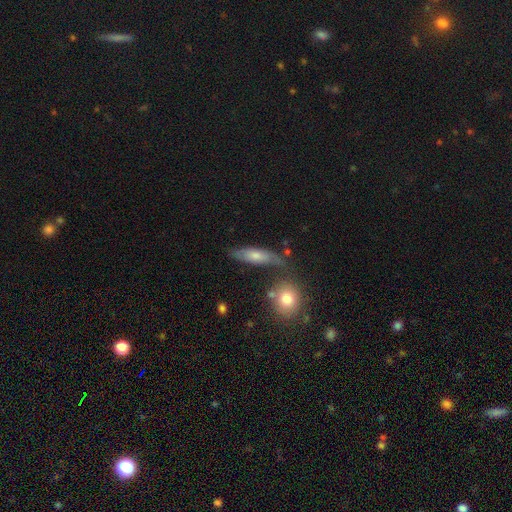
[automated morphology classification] A smooth galaxy with no disk features (59%) that is in between round and cigar-shaped (48%, tied with cigar-shaped).

Vote fractions:
- Smooth or featured? smooth: 59% / featured or disk: 33% / star or artifact: 8%
- How rounded? in between: 48% (tied) / cigar-shaped: 48% (tied) / round: 4%
- Merging? none: 61% / minor disturbance: 22% / merger: 10% / major disturbance: 7%